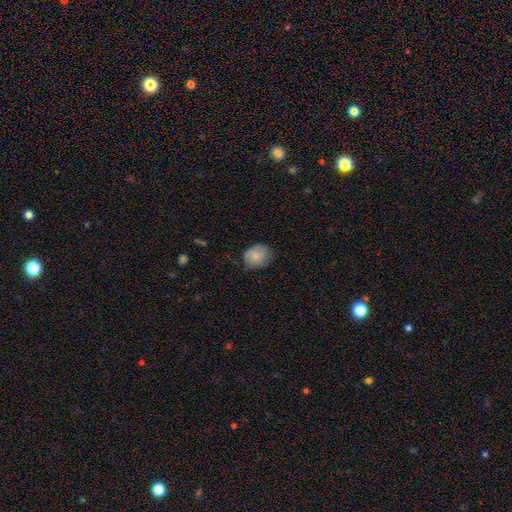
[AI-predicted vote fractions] This appears to be a smooth galaxy with no disk features (81%) that is round (50%). Merging: none (62%).